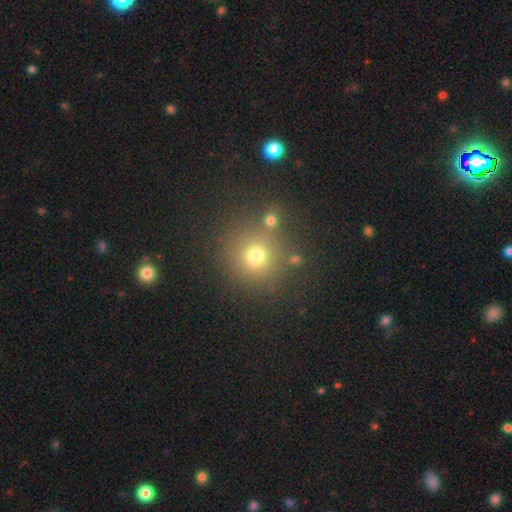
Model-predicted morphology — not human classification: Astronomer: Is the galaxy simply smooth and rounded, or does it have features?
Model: smooth — 72%.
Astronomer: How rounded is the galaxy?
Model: round — 92%.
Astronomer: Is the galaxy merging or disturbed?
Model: none — 75%.